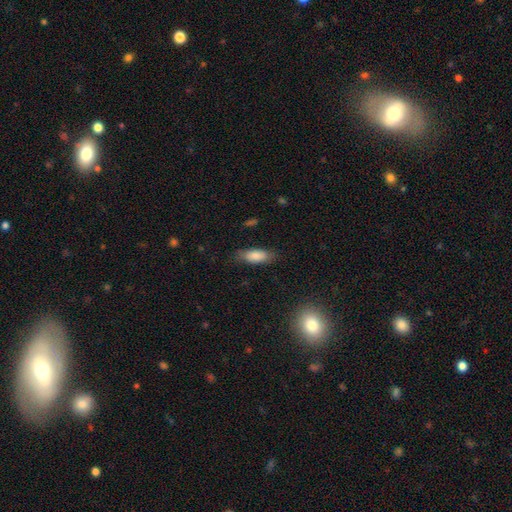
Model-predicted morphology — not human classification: Q: Smooth or featured?
A: smooth (82%); runner-up: featured or disk (11%)
Q: How rounded?
A: in between (78%); runner-up: cigar-shaped (20%)
Q: Merging?
A: none (78%); runner-up: minor disturbance (17%)